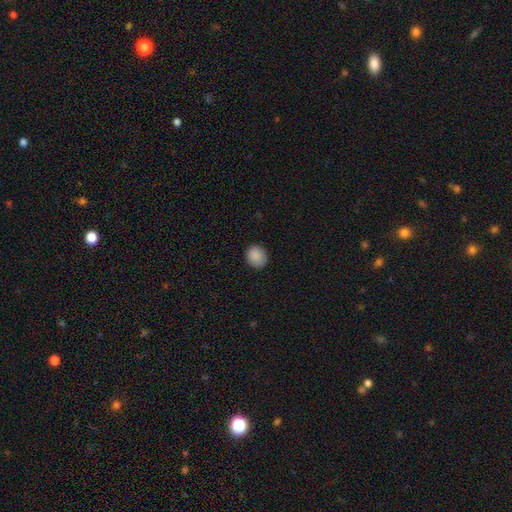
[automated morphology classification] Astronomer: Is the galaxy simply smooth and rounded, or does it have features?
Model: smooth — 89%.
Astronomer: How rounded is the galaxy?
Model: round — 76%.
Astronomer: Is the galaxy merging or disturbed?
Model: none — 89%.